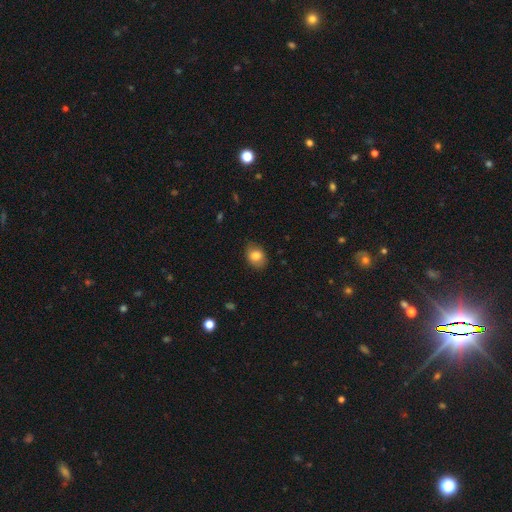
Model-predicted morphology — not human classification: Smooth or featured: smooth — 82% (featured or disk — 9%)
How rounded: in between — 60% (round — 39%)
Merging: none — 81% (minor disturbance — 15%)